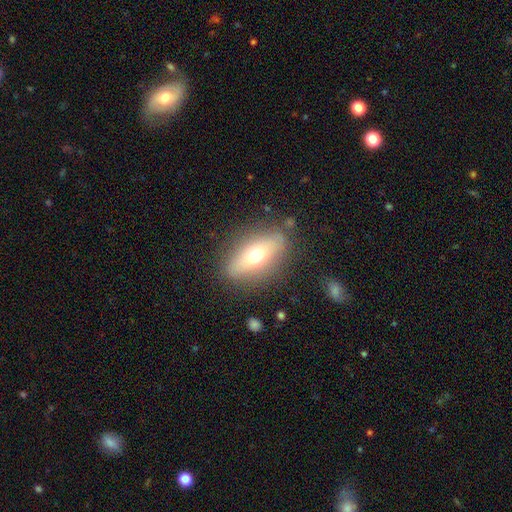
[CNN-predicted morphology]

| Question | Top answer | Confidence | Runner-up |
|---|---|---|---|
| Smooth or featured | smooth | 56% | featured or disk (36%) |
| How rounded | in between | 73% | cigar-shaped (21%) |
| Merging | none | 82% | minor disturbance (12%) |